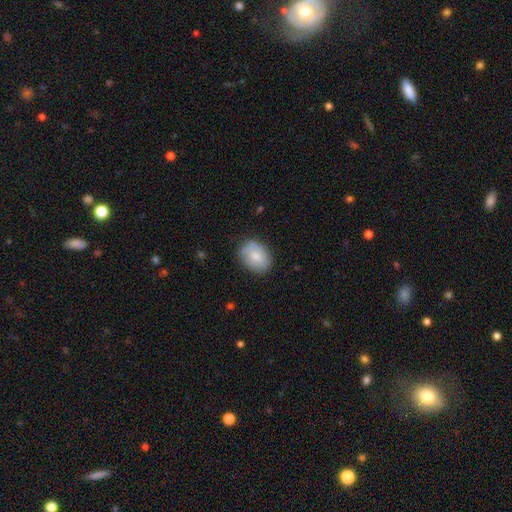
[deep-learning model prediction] A smooth galaxy with no disk features (78%) that is in between round and cigar-shaped (69%).

Vote fractions:
- Smooth or featured? smooth: 78% / featured or disk: 15% / star or artifact: 7%
- How rounded? in between: 69% / round: 30% / cigar-shaped: 1%
- Merging? none: 76% / minor disturbance: 18% / major disturbance: 4% / merger: 2%